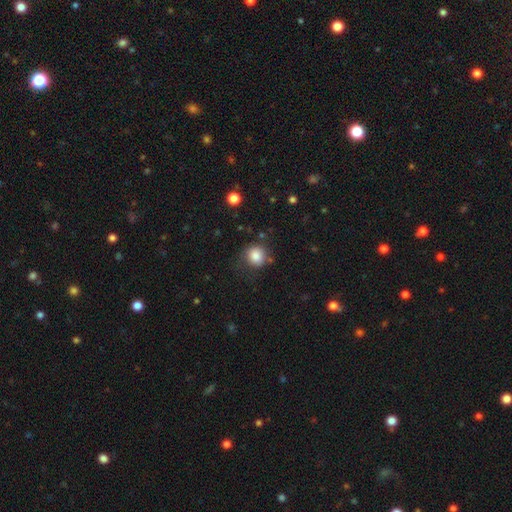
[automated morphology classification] Smooth or featured: smooth — 84% (star or artifact — 10%)
How rounded: round — 86% (in between — 13%)
Merging: none — 74% (minor disturbance — 16%)